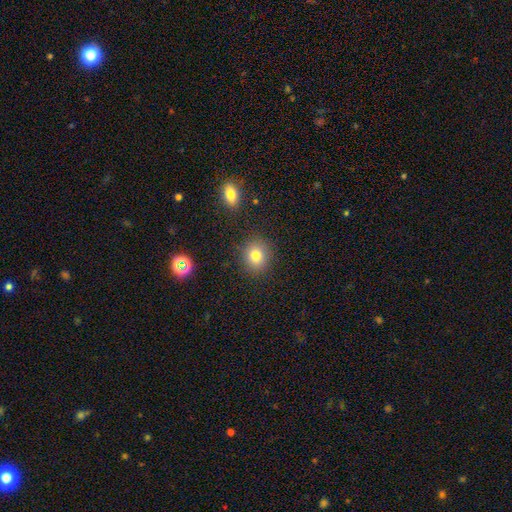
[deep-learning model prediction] smooth 80%, star or artifact 12%, featured or disk 8%. Down the decision tree: how rounded — round (71%); merging — none (86%).